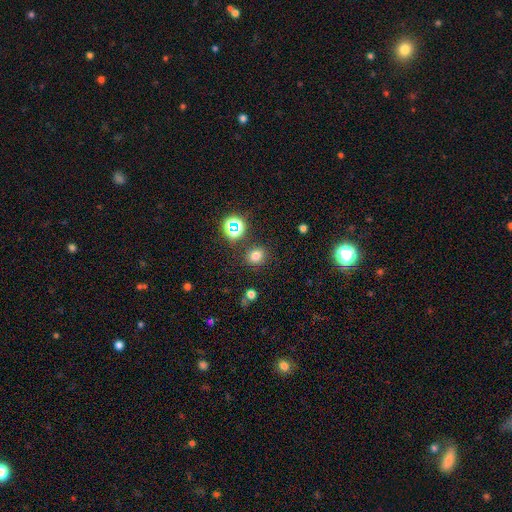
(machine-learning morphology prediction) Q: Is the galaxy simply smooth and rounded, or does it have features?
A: smooth — 74%.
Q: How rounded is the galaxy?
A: round — 73%.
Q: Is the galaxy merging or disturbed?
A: none — 84%.